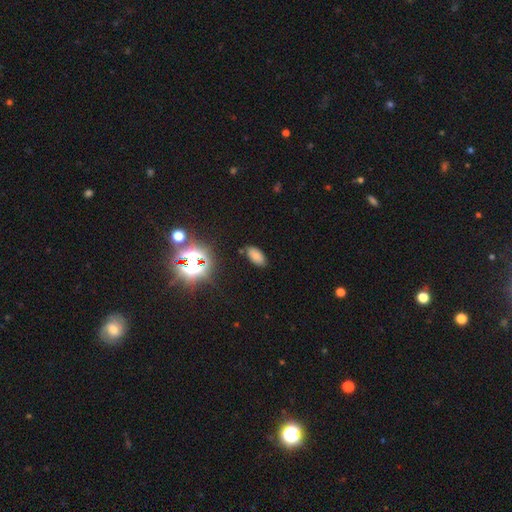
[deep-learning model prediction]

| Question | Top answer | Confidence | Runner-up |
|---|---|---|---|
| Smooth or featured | smooth | 72% | star or artifact (21%) |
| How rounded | in between | 92% | round (4%) |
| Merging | none | 84% | minor disturbance (11%) |